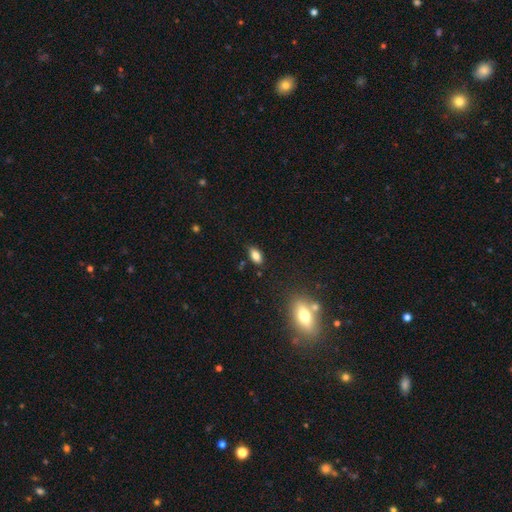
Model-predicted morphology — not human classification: This is clearly a smooth galaxy (81%). How rounded: clearly in between (89%). Merging: clearly none (82%).